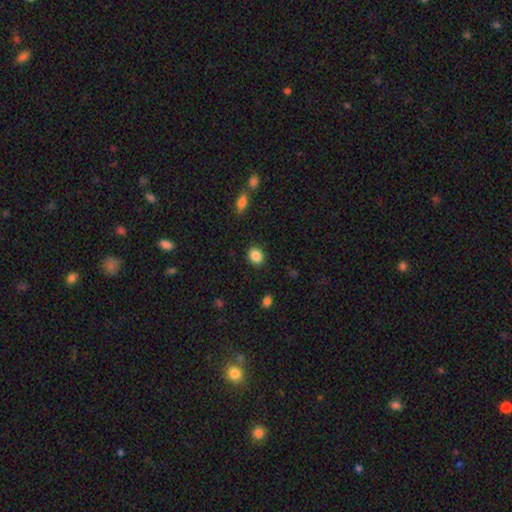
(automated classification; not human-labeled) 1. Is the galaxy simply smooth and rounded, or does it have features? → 88% smooth, 9% star or artifact, 4% featured or disk.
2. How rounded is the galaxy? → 50% round, 49% in between, 1% cigar-shaped.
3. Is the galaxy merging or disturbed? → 87% none, 9% minor disturbance, 3% major disturbance, 1% merger.